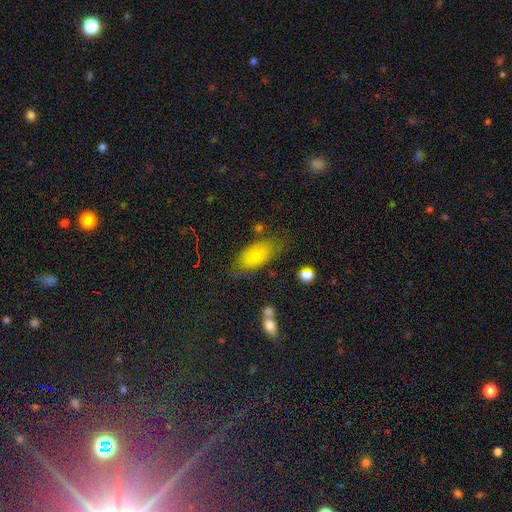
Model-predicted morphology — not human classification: Overall: smooth (73%). How rounded: in between (86%). Merging: none (69%).